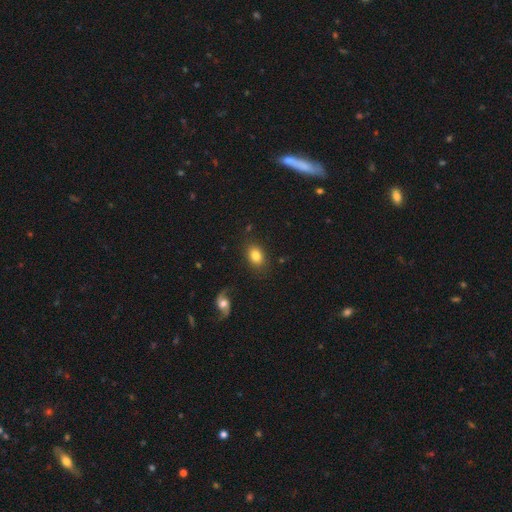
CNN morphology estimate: Smooth or featured? Predicted: smooth (p=0.81). How rounded? Predicted: in between (p=0.76). Merging? Predicted: none (p=0.81).